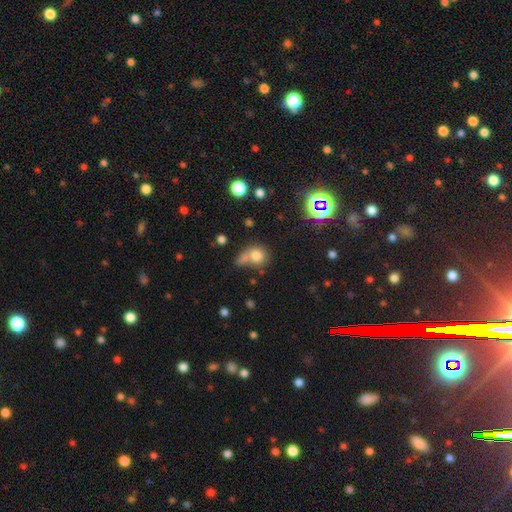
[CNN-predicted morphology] Smooth or featured: smooth — 75% (star or artifact — 14%)
How rounded: round — 76% (in between — 23%)
Merging: none — 40% (merger — 37%)